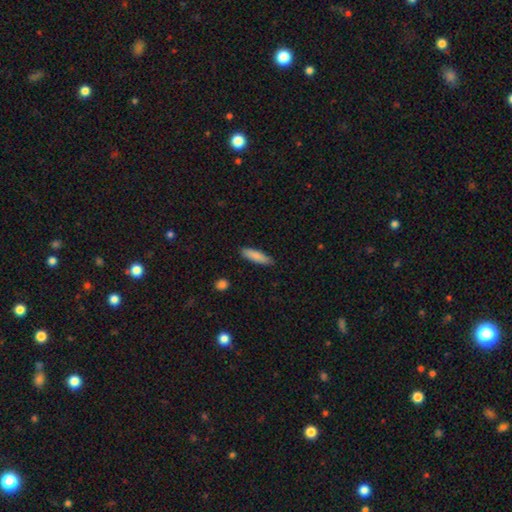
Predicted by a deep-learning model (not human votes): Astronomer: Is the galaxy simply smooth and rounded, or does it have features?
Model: smooth — 85%.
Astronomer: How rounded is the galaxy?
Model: cigar-shaped — 65%.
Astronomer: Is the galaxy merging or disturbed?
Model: none — 88%.